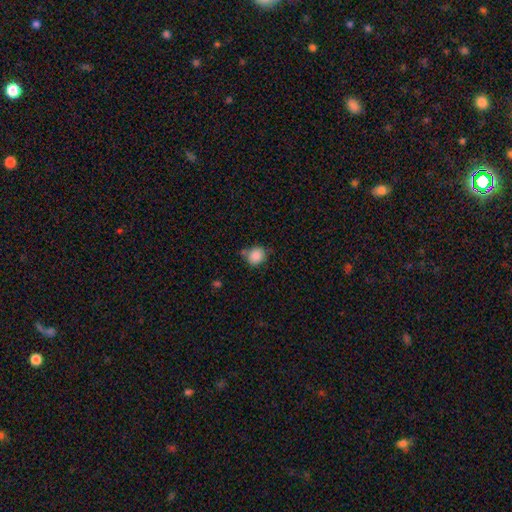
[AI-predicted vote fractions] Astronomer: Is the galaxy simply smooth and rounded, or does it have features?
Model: smooth — 86%.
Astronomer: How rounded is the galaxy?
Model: round — 74%.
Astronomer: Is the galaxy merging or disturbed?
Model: none — 67%.